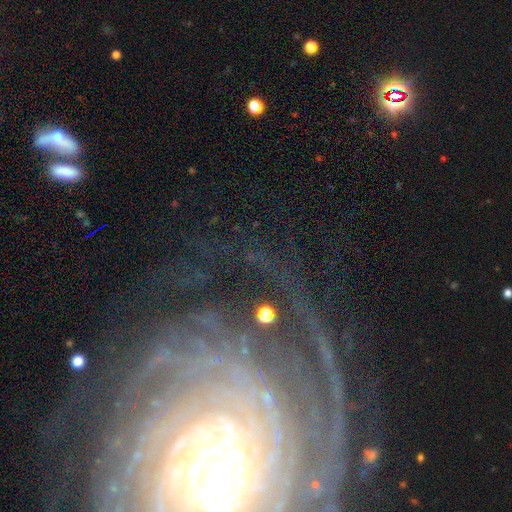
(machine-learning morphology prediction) Smooth or featured? featured or disk (74%)
Edge-on disk? no (94%)
Bar? no (45%)
Spiral arms? yes (94%)
Spiral winding? tight (73%)
Spiral arm count? can't tell (24%)
Bulge size? small (65%)
Merging? none (73%)